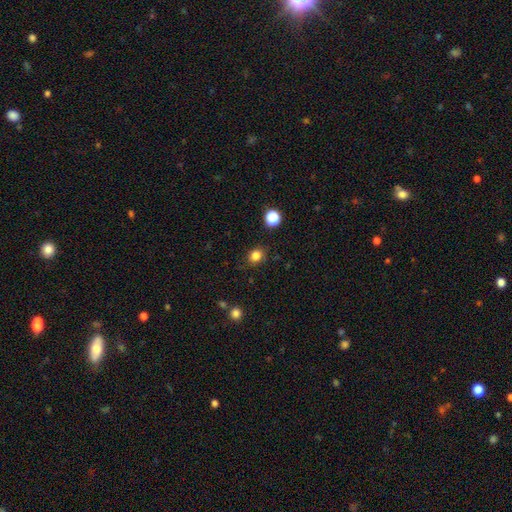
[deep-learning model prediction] This is clearly a smooth galaxy (83%). How rounded: likely round (65%). Merging: clearly none (83%).